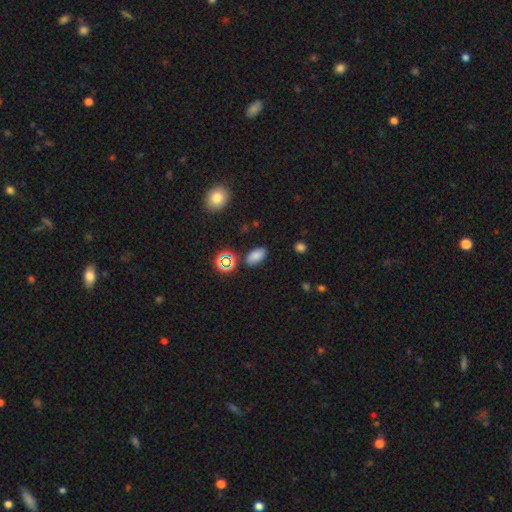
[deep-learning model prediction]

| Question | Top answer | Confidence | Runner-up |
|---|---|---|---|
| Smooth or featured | smooth | 78% | star or artifact (15%) |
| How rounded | in between | 90% | round (7%) |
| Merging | none | 83% | minor disturbance (11%) |